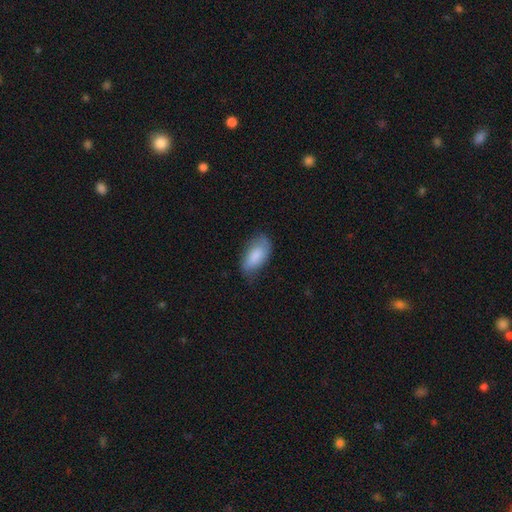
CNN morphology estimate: smooth 81%, featured or disk 13%, star or artifact 6%. Down the decision tree: how rounded — in between (93%); merging — none (64%).